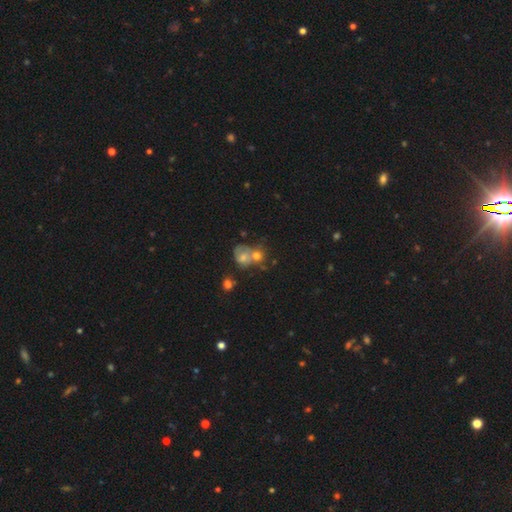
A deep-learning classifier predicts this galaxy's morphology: Smooth or featured? Predicted: smooth (p=0.46). Merging? Predicted: merger (p=0.46).